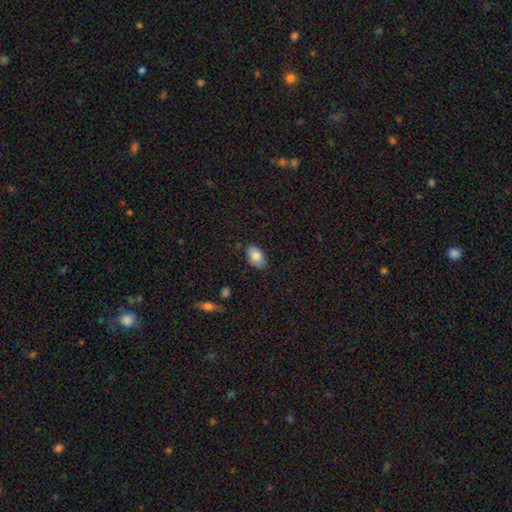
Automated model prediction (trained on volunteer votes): This appears to be a smooth galaxy with no disk features (80%) that is in between round and cigar-shaped (93%). Merging: none (83%).